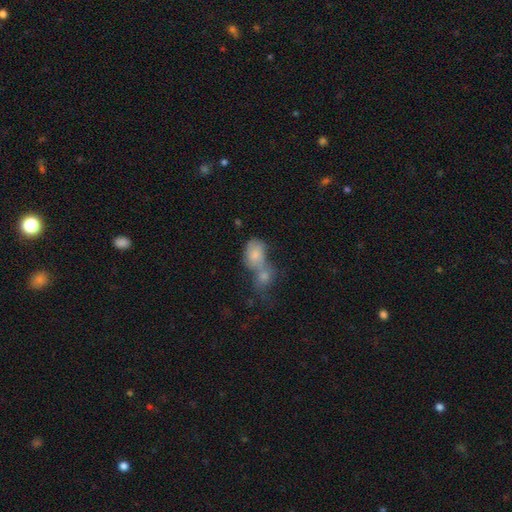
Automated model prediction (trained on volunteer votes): This appears to be a smooth galaxy with no disk features (67%) that is in between round and cigar-shaped (74%). Merging: merger (69%).